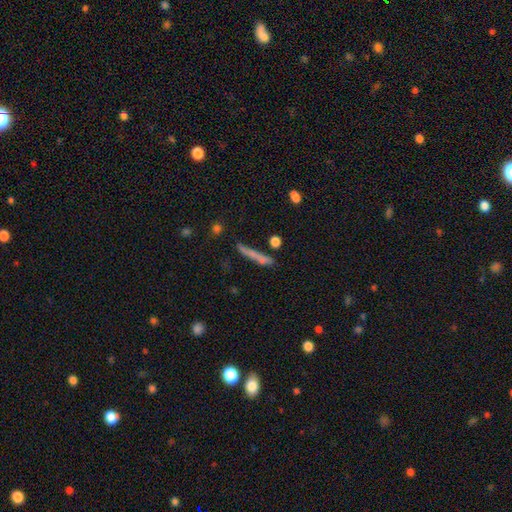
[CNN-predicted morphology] Smooth or featured? Predicted: smooth (p=0.61). How rounded? Predicted: cigar-shaped (p=0.94). Merging? Predicted: none (p=0.75).